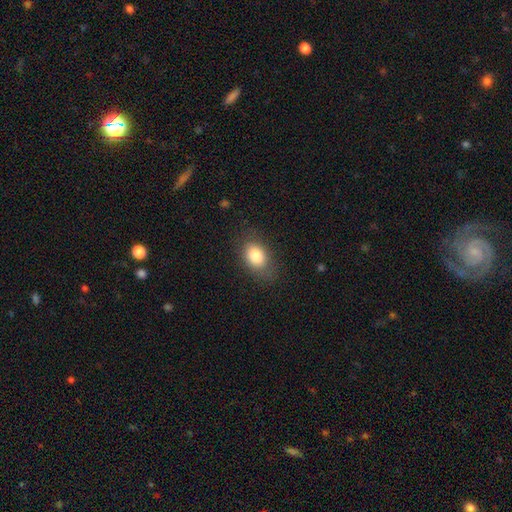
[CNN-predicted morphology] smooth_or_featured: smooth (p=0.82) [alt: featured or disk p=0.09]
how_rounded: in between (p=0.80) [alt: round p=0.19]
merging: none (p=0.77) [alt: minor disturbance p=0.16]